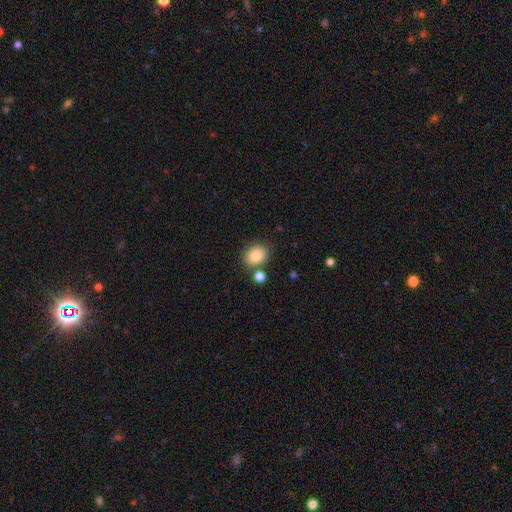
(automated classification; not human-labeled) Smooth or featured: smooth — 84% (star or artifact — 9%)
How rounded: round — 53% (in between — 46%)
Merging: none — 75% (merger — 11%)